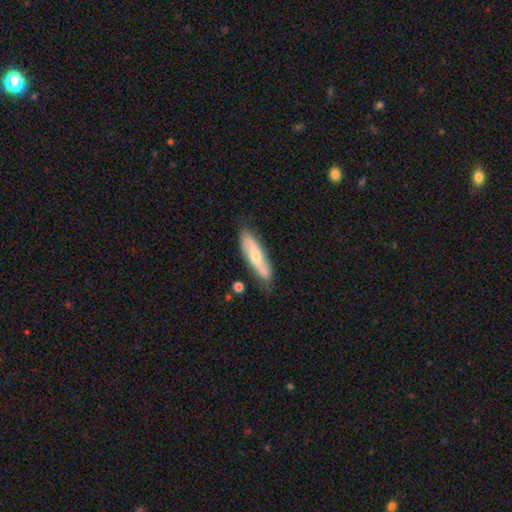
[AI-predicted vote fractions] Smooth or featured: smooth — 50% (featured or disk — 45%)
Merging: none — 76% (minor disturbance — 18%)